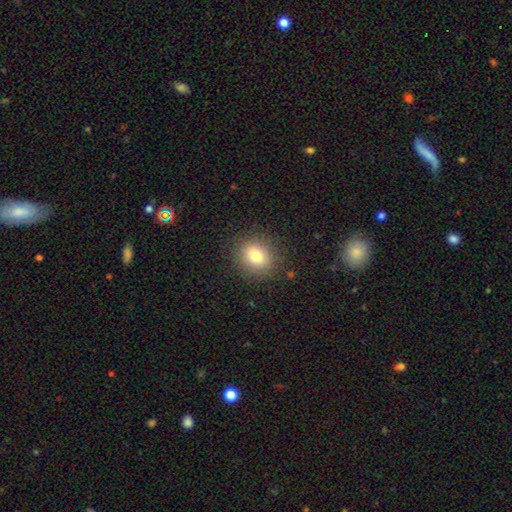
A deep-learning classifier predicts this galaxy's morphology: A smooth galaxy with no disk features (78%) that is round (75%).

Vote fractions:
- Smooth or featured? smooth: 78% / star or artifact: 12% / featured or disk: 10%
- How rounded? round: 75% / in between: 24% / cigar-shaped: 1%
- Merging? none: 88% / minor disturbance: 8% / major disturbance: 3% / merger: 1%